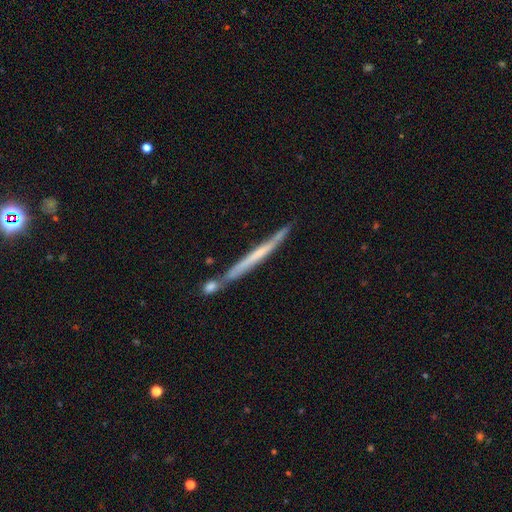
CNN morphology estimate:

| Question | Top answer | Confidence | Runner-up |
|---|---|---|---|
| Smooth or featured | featured or disk | 58% | smooth (36%) |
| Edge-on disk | yes | 95% | no (5%) |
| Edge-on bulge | none | 80% | rounded (12%) |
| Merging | none | 67% | merger (16%) |